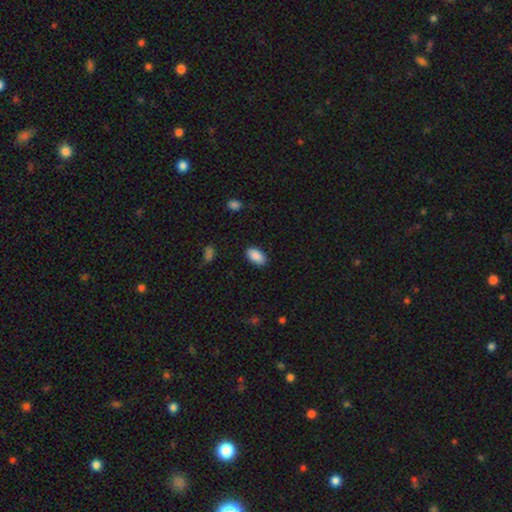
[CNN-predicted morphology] smooth-or-featured: smooth: 89% | star or artifact: 7% | featured or disk: 4%
  how-rounded: in between: 94% | round: 3% | cigar-shaped: 3%
  merging: none: 86% | minor disturbance: 10% | major disturbance: 3% | merger: 1%